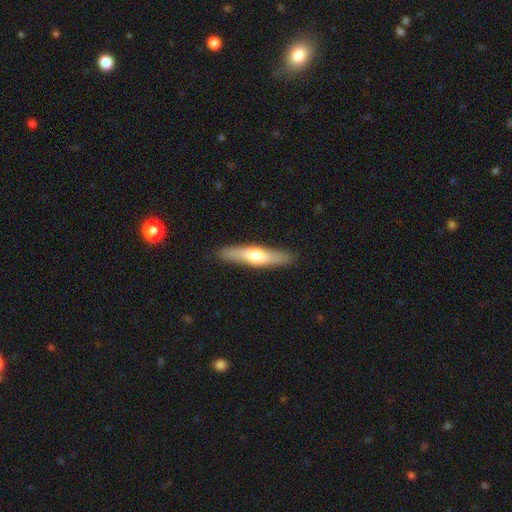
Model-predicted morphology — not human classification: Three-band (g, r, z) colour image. It shows a smooth galaxy with no disk features (50%) that is cigar-shaped (83%). Merging: none (89%).